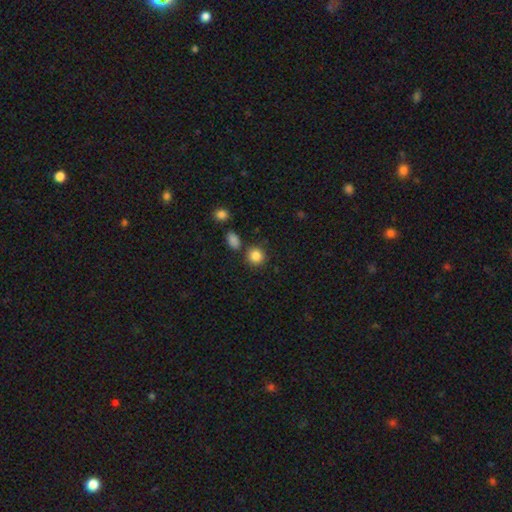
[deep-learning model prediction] smooth_or_featured: smooth (p=0.86) [alt: star or artifact p=0.10]
how_rounded: round (p=0.89) [alt: in between p=0.10]
merging: none (p=0.82) [alt: minor disturbance p=0.08]